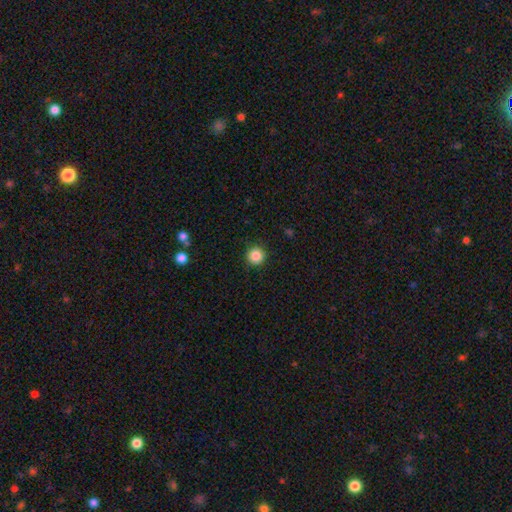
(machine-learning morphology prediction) Overall: smooth (86%). How rounded: round (96%). Merging: none (92%).